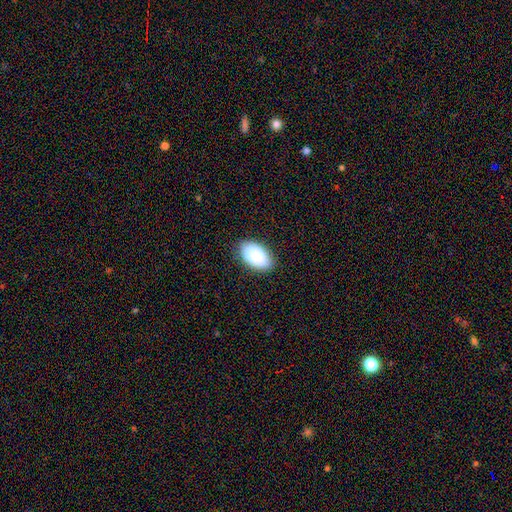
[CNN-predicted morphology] type=smooth (87%); roundness=in between (95%); merging=none (83%).